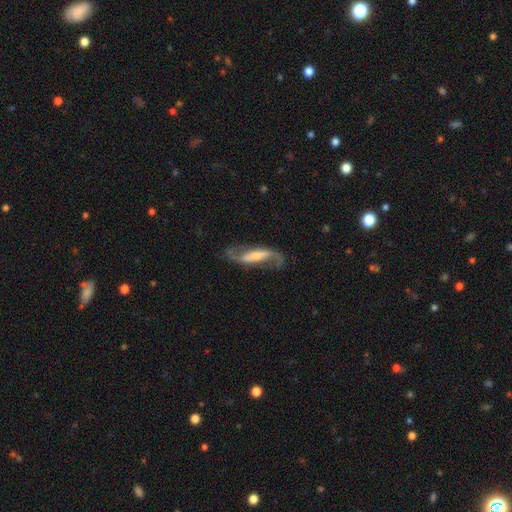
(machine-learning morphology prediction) Smooth or featured: featured or disk — 87% (smooth — 8%)
Edge-on disk: no — 90% (yes — 10%)
Bar: strong — 52% (weak — 29%)
Spiral arms: yes — 96% (no — 4%)
Spiral winding: loose — 73% (medium — 22%)
Spiral arm count: 2 — 92% (1 — 3%)
Bulge size: small — 43% (moderate — 30%)
Merging: none — 75% (minor disturbance — 13%)